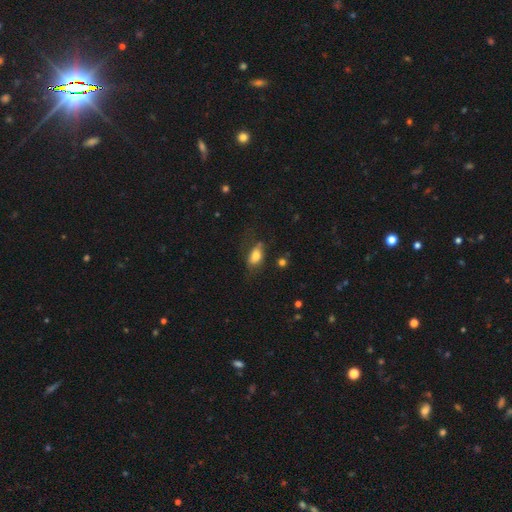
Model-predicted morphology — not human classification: Q: Smooth or featured?
A: smooth (76%); runner-up: featured or disk (15%)
Q: How rounded?
A: in between (85%); runner-up: round (8%)
Q: Merging?
A: none (56%); runner-up: minor disturbance (26%)